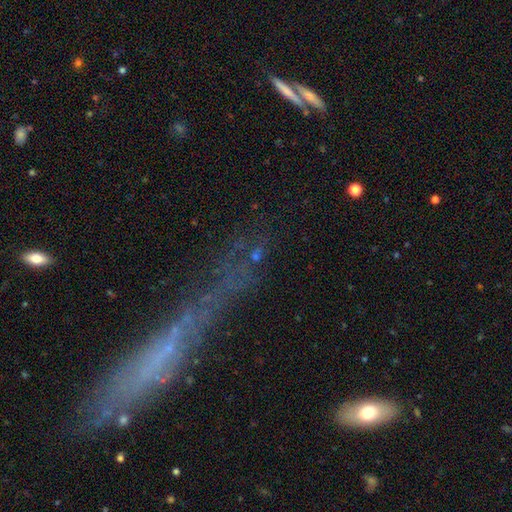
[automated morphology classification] Smooth or featured: star or artifact — 48% (featured or disk — 28%)